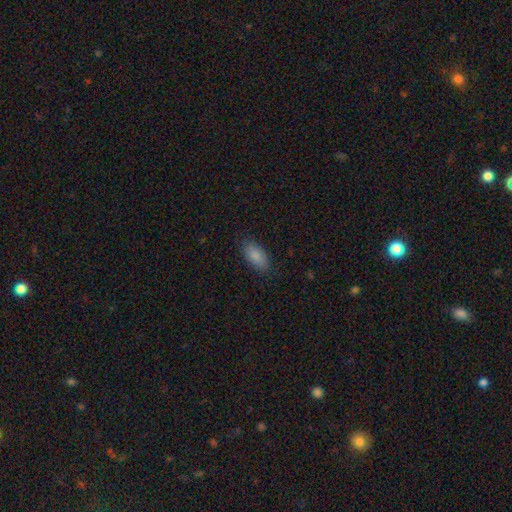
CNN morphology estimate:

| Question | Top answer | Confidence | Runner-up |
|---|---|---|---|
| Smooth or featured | smooth | 88% | star or artifact (7%) |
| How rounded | in between | 91% | cigar-shaped (7%) |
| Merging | none | 85% | minor disturbance (11%) |